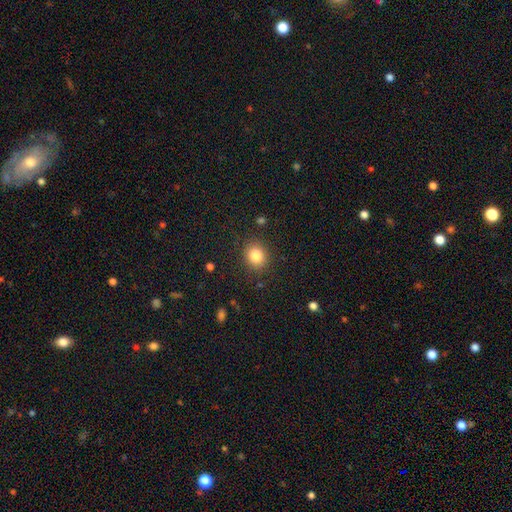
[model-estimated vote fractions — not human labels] Smooth or featured: smooth — 84% (star or artifact — 10%)
How rounded: round — 68% (in between — 31%)
Merging: none — 87% (minor disturbance — 9%)